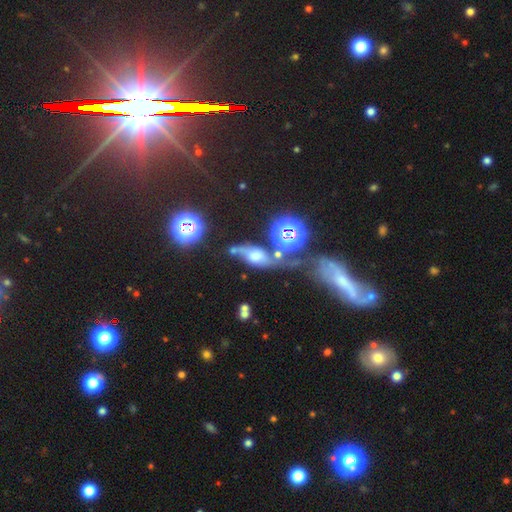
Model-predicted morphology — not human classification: This is possibly a featured or disk galaxy (48%). Merging: marginally none (41%).